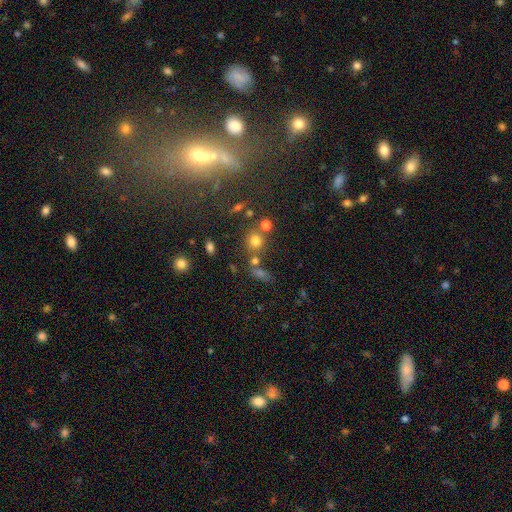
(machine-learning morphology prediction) A star or artifact, not a galaxy (45%).